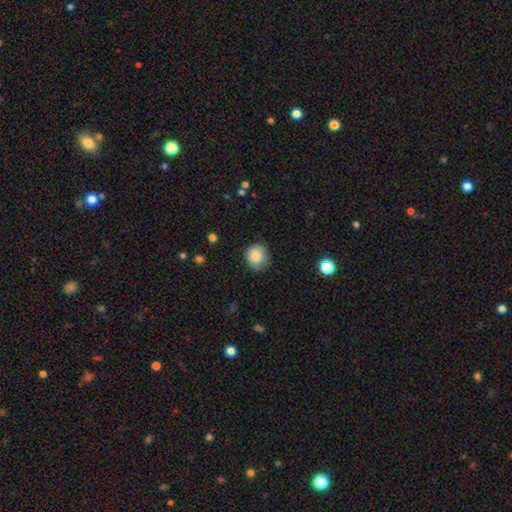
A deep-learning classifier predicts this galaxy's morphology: smooth_or_featured: smooth (p=0.82) [alt: star or artifact p=0.09]
how_rounded: round (p=0.78) [alt: in between p=0.22]
merging: none (p=0.73) [alt: minor disturbance p=0.22]